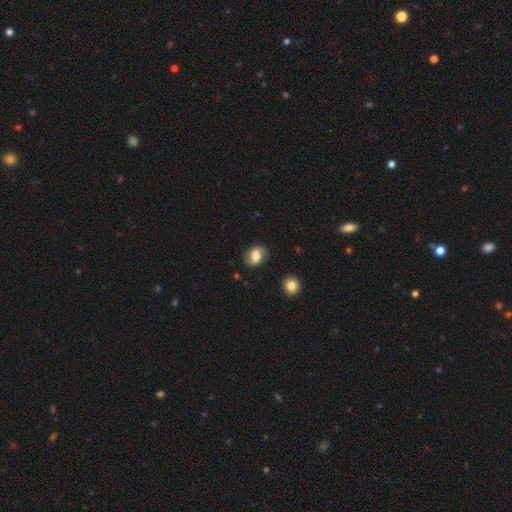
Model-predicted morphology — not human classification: Smooth or featured? Predicted: smooth (p=0.60). How rounded? Predicted: in between (p=0.66). Merging? Predicted: none (p=0.80).